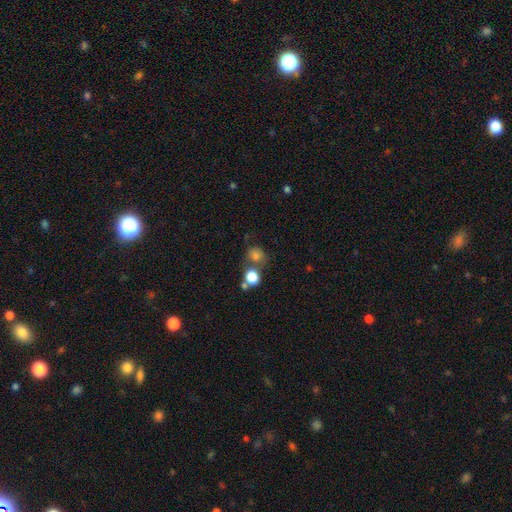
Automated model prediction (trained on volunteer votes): Smooth or featured? smooth (76%)
How rounded? round (80%)
Merging? none (59%)